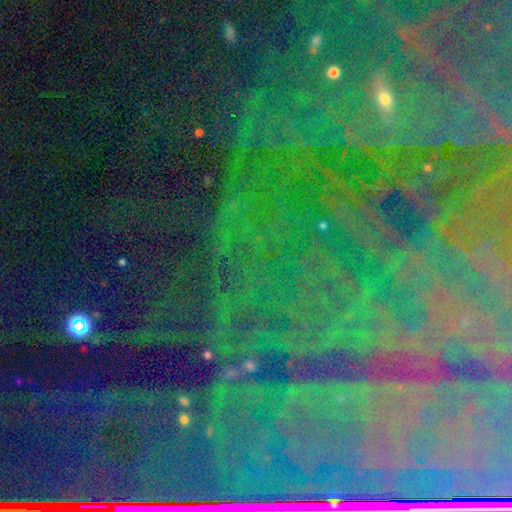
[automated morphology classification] This is likely a star or artifact rather than a galaxy (80%).